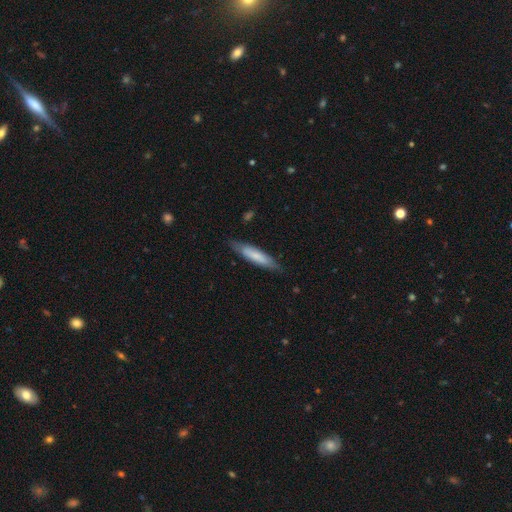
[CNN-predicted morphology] smooth-or-featured: smooth: 68% | featured or disk: 27% | star or artifact: 5%
  how-rounded: cigar-shaped: 80% | in between: 19% | round: 1%
  merging: none: 81% | minor disturbance: 15% | major disturbance: 3% | merger: 1%